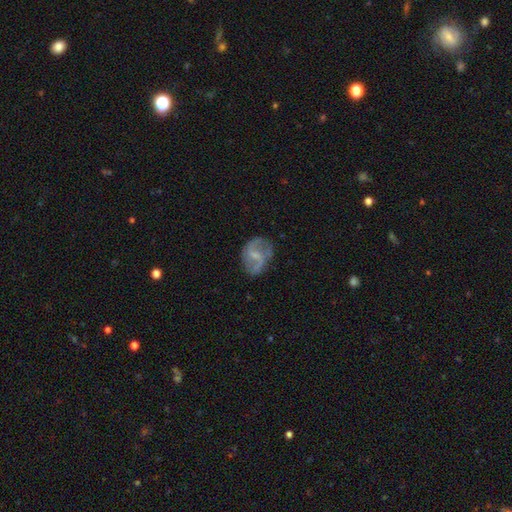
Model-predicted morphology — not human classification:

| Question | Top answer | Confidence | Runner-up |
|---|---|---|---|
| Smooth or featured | featured or disk | 69% | smooth (24%) |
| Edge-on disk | no | 97% | yes (3%) |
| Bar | weak | 52% | no (26%) |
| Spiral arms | yes | 80% | no (20%) |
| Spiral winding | loose | 46% | medium (40%) |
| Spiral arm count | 2 | 80% | can't tell (12%) |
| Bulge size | small | 52% | moderate (27%) |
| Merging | none | 63% | minor disturbance (23%) |